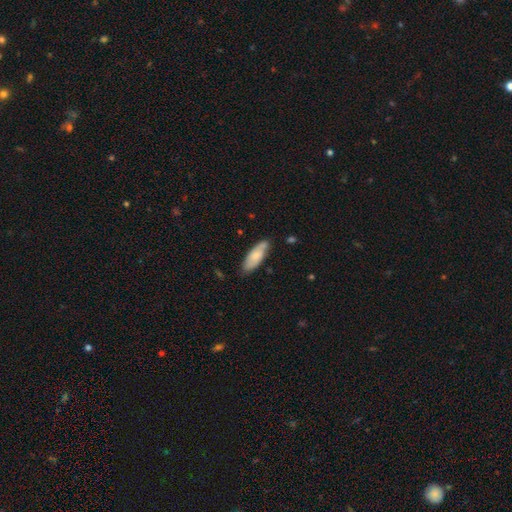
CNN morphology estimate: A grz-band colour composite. It shows a smooth galaxy with no disk features (67%) that is in between round and cigar-shaped (67%). Merging: none (77%).